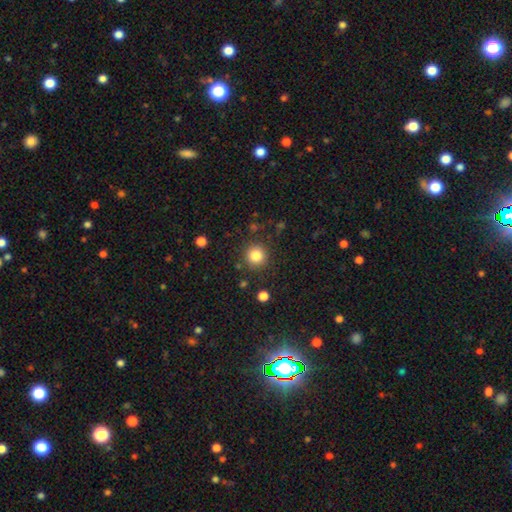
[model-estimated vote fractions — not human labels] Smooth or featured?
  - smooth: 83% *
  - star or artifact: 11%
  - featured or disk: 6%
How rounded?
  - round: 93% *
  - in between: 6%
  - cigar-shaped: 1%
Merging?
  - none: 87% *
  - minor disturbance: 7%
  - major disturbance: 3%
  - merger: 2%